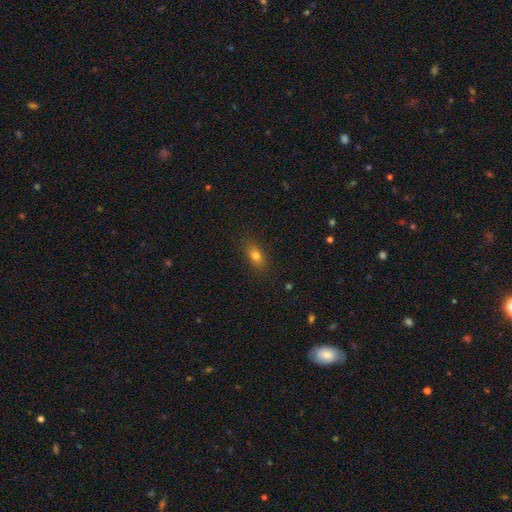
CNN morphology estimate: Smooth or featured?
  - smooth: 78% *
  - star or artifact: 12%
  - featured or disk: 11%
How rounded?
  - in between: 79% *
  - round: 14%
  - cigar-shaped: 7%
Merging?
  - none: 85% *
  - minor disturbance: 11%
  - major disturbance: 3%
  - merger: 1%